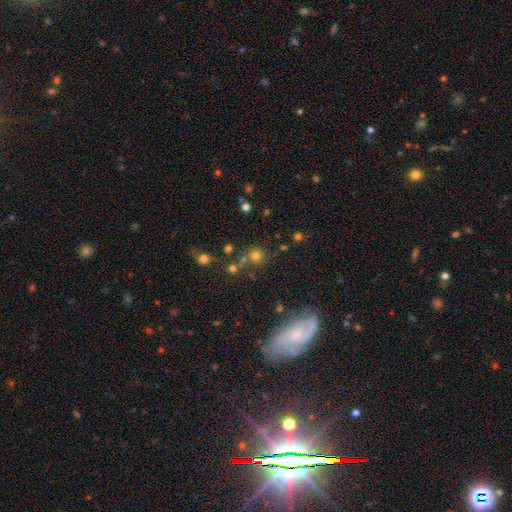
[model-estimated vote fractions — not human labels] smooth_or_featured: smooth (p=0.70) [alt: star or artifact p=0.22]
how_rounded: round (p=0.92) [alt: in between p=0.07]
merging: none (p=0.73) [alt: merger p=0.14]